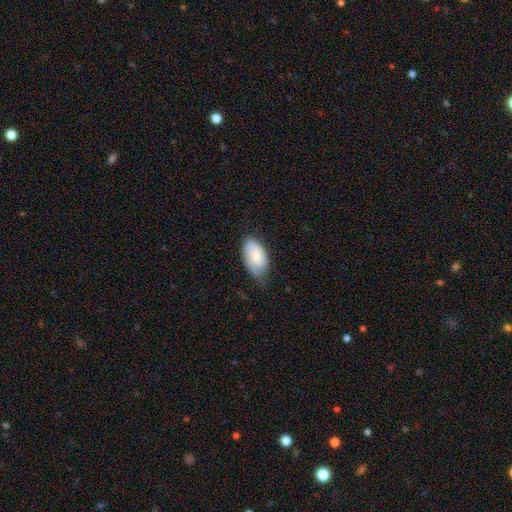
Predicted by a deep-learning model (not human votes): Smooth or featured: smooth — 75% (featured or disk — 19%)
How rounded: in between — 95% (round — 4%)
Merging: none — 54% (minor disturbance — 37%)